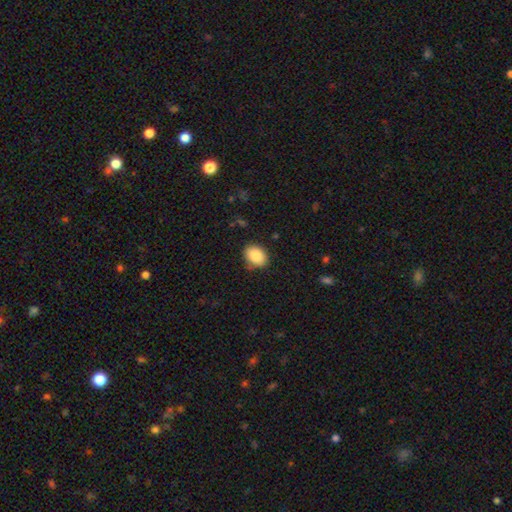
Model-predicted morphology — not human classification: smooth 86%, star or artifact 8%, featured or disk 6%. Down the decision tree: how rounded — in between (65%); merging — none (82%).